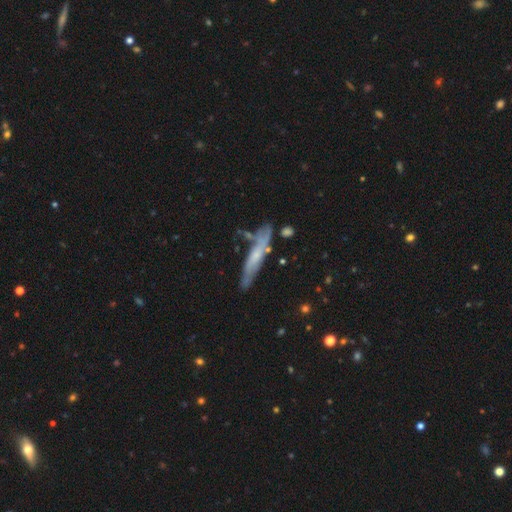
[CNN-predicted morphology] Smooth or featured: featured or disk — 51% (smooth — 42%)
Edge-on disk: yes — 70% (no — 30%)
Merging: none — 63% (minor disturbance — 22%)